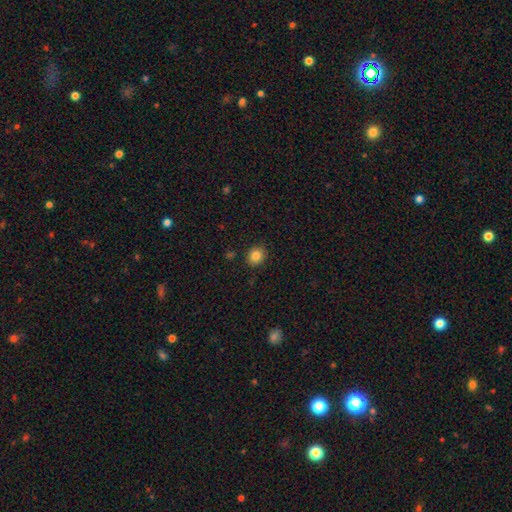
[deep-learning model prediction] Overall: smooth (84%). How rounded: round (70%). Merging: none (89%).